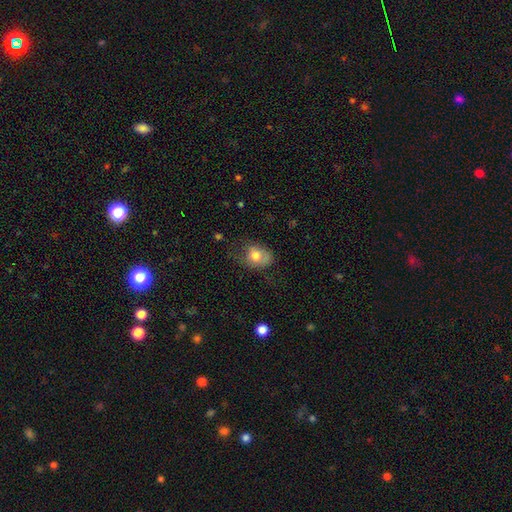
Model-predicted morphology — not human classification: A smooth galaxy with no disk features (74%) that is in between round and cigar-shaped (62%). Merging: none (41%).